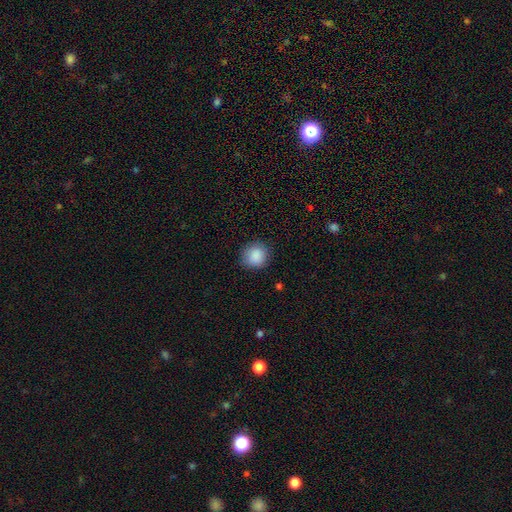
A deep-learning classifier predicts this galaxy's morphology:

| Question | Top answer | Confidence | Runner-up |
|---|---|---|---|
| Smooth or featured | smooth | 88% | star or artifact (8%) |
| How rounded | round | 86% | in between (13%) |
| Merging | none | 86% | minor disturbance (11%) |